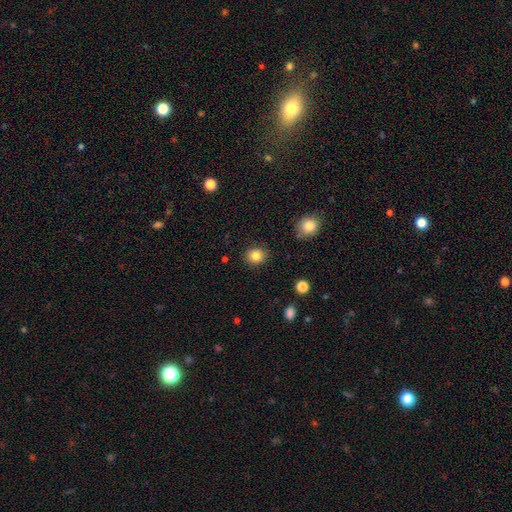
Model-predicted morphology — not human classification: smooth-or-featured: smooth: 84% | star or artifact: 10% | featured or disk: 6%
  how-rounded: round: 75% | in between: 24% | cigar-shaped: 1%
  merging: none: 89% | minor disturbance: 8% | major disturbance: 2% | merger: 1%